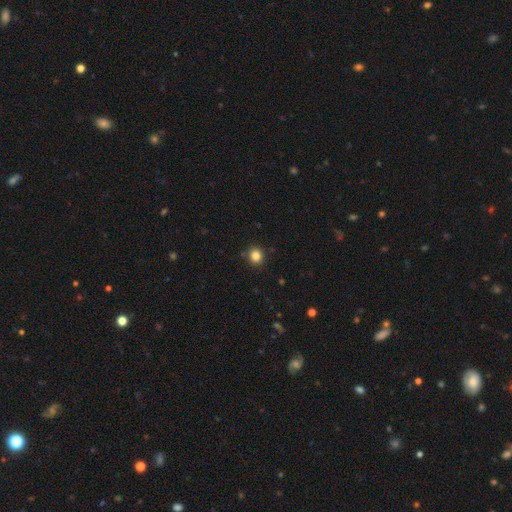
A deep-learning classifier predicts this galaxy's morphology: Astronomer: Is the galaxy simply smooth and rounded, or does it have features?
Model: smooth — 84%.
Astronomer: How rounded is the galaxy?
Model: round — 85%.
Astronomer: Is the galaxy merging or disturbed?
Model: none — 88%.